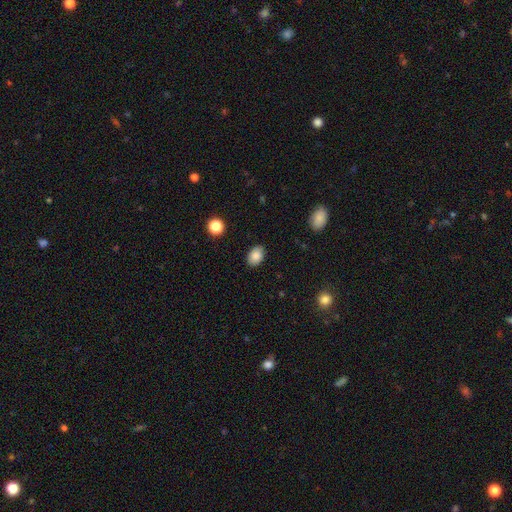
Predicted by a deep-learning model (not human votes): Q: Smooth or featured?
A: smooth (87%); runner-up: star or artifact (9%)
Q: How rounded?
A: in between (80%); runner-up: round (19%)
Q: Merging?
A: none (87%); runner-up: minor disturbance (10%)